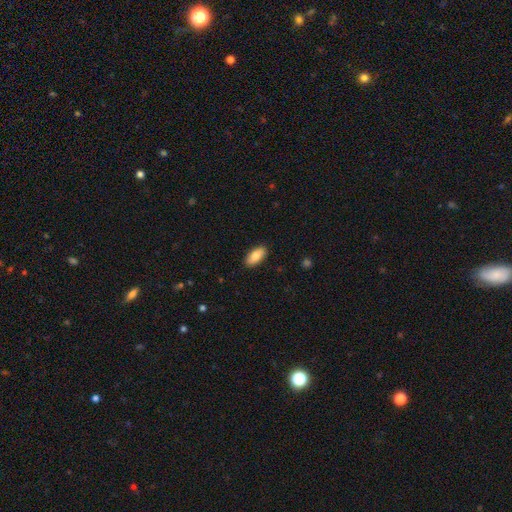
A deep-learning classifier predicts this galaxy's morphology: type=smooth (86%); roundness=in between (90%); merging=none (89%).